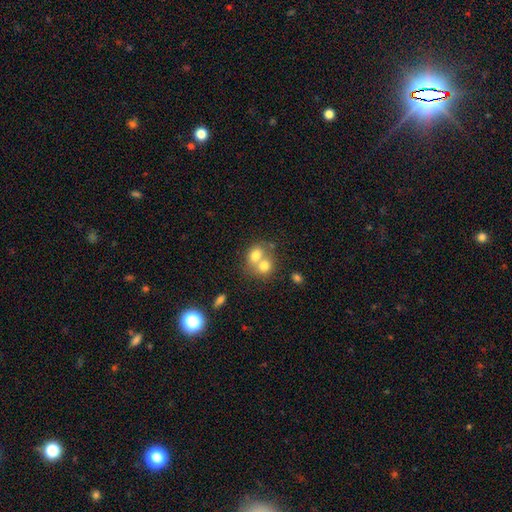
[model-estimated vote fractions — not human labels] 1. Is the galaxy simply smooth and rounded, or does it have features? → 72% smooth, 18% featured or disk, 10% star or artifact.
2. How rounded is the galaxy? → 58% round, 41% in between, 1% cigar-shaped.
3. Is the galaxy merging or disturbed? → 68% merger, 23% none, 6% minor disturbance, 3% major disturbance.